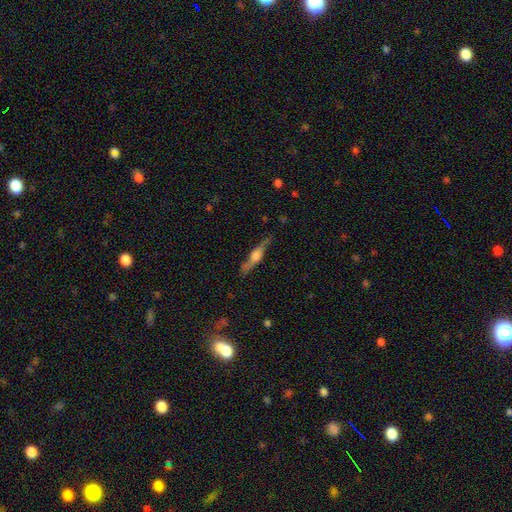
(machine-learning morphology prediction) Q: Smooth or featured?
A: featured or disk (63%); runner-up: smooth (30%)
Q: Edge-on disk?
A: yes (95%); runner-up: no (5%)
Q: Edge-on bulge?
A: rounded (77%); runner-up: boxy (18%)
Q: Merging?
A: none (78%); runner-up: minor disturbance (16%)